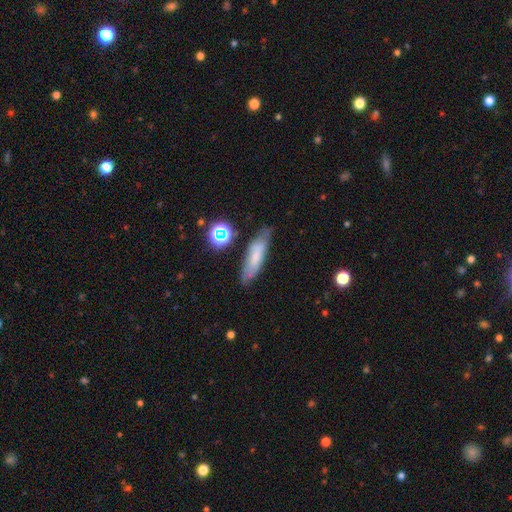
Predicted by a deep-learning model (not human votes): Smooth or featured: smooth — 57% (featured or disk — 32%)
How rounded: cigar-shaped — 67% (in between — 30%)
Merging: none — 72% (minor disturbance — 19%)